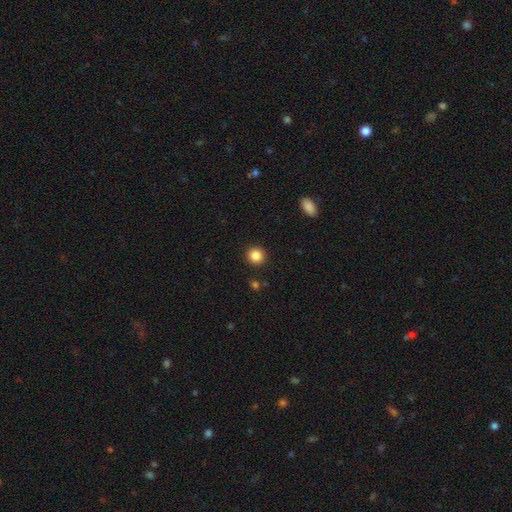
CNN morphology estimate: A smooth galaxy with no disk features (86%) that is round (92%). Merging: none (91%).